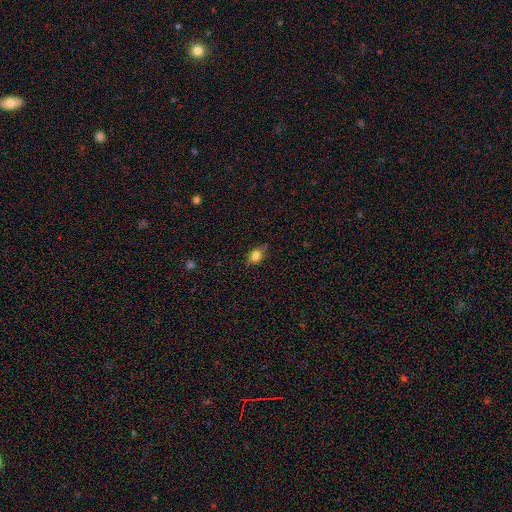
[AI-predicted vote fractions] Smooth or featured?
  - smooth: 79% *
  - featured or disk: 11%
  - star or artifact: 10%
How rounded?
  - in between: 60% *
  - round: 37%
  - cigar-shaped: 3%
Merging?
  - none: 75% *
  - minor disturbance: 19%
  - major disturbance: 3%
  - merger: 2%